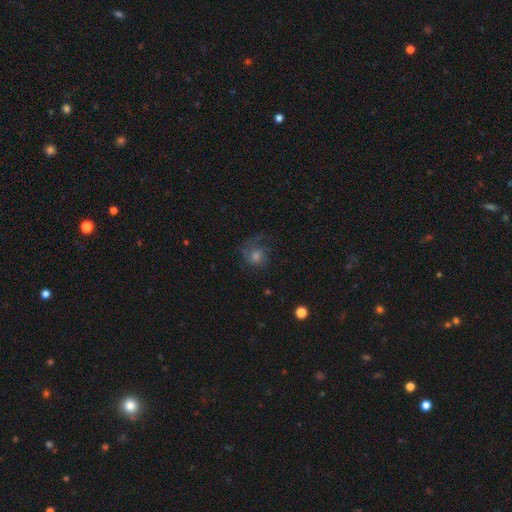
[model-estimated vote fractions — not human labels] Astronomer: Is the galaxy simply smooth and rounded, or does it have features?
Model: featured or disk — 48% (runner-up: smooth, 36%).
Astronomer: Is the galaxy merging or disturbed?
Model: none — 56%.